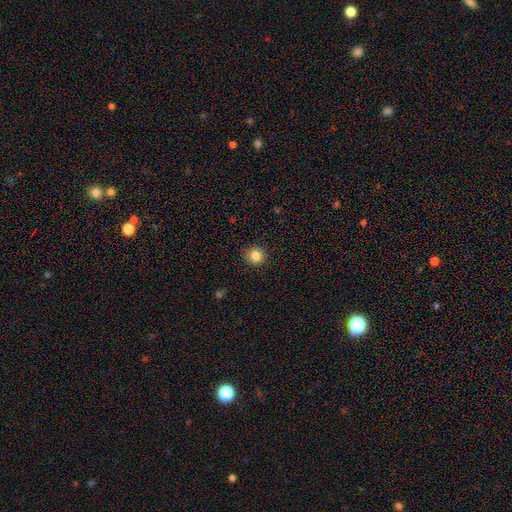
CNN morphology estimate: A smooth galaxy with no disk features (85%) that is round (92%). Merging: none (91%).